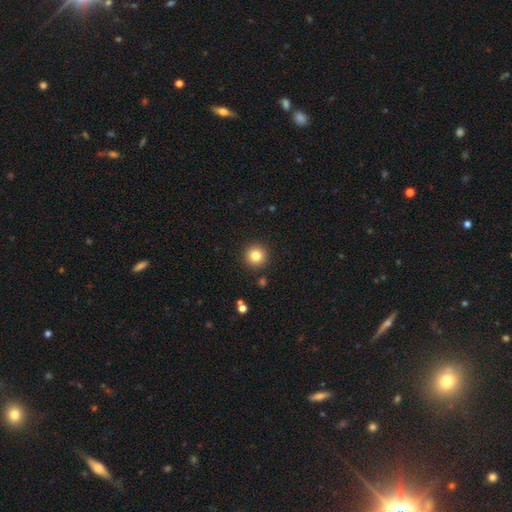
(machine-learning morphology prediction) Smooth or featured? smooth (82%)
How rounded? round (95%)
Merging? none (91%)